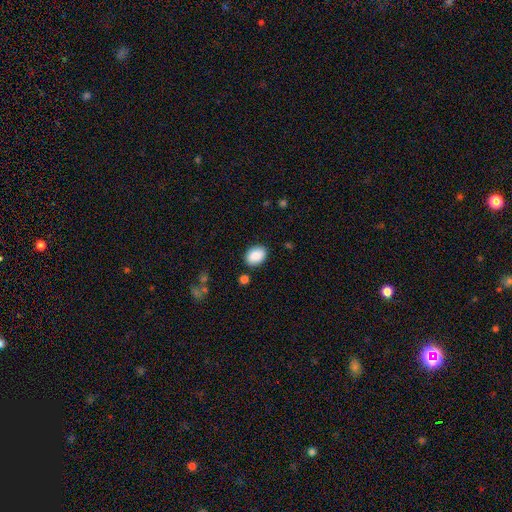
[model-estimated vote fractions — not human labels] Smooth or featured: smooth — 89% (star or artifact — 7%)
How rounded: in between — 80% (round — 19%)
Merging: none — 85% (minor disturbance — 10%)